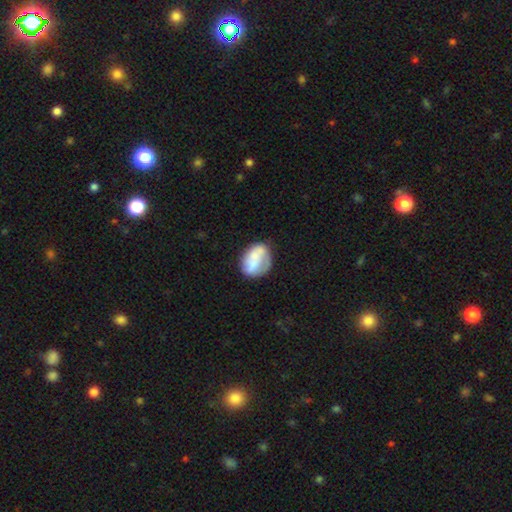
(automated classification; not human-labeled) Smooth or featured?
  - smooth: 56% *
  - featured or disk: 37%
  - star or artifact: 8%
How rounded?
  - in between: 70% *
  - round: 28%
  - cigar-shaped: 2%
Merging?
  - none: 45% *
  - minor disturbance: 27%
  - major disturbance: 16%
  - merger: 11%